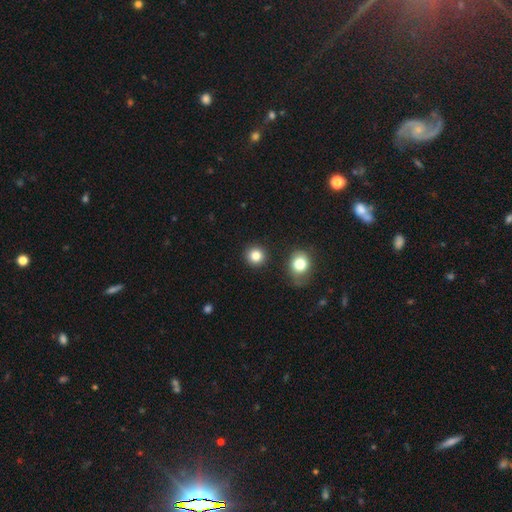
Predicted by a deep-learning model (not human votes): Overall: smooth (83%). How rounded: round (93%). Merging: none (88%).